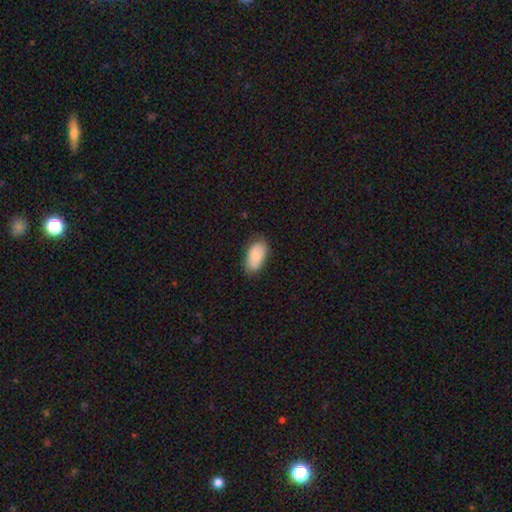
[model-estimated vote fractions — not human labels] smooth_or_featured: smooth (p=0.82) [alt: featured or disk p=0.12]
how_rounded: in between (p=0.94) [alt: round p=0.04]
merging: none (p=0.77) [alt: minor disturbance p=0.19]